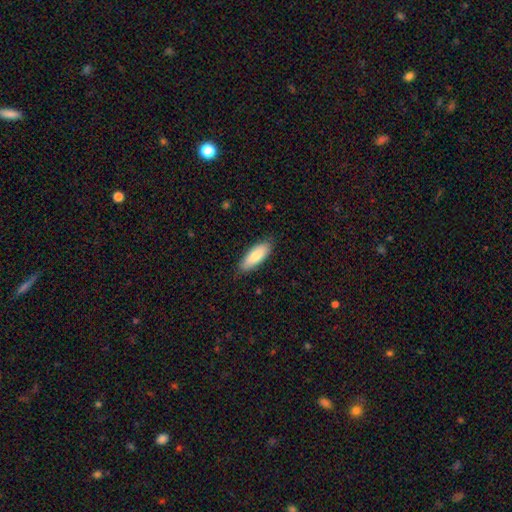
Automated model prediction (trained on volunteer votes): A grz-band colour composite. It shows a smooth galaxy with no disk features (81%) that is in between round and cigar-shaped (68%). Merging: none (84%).